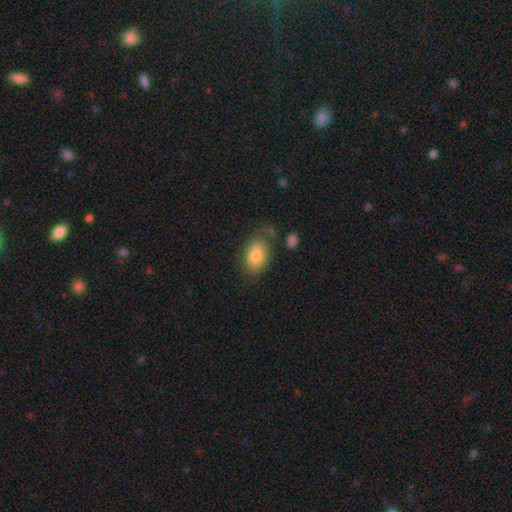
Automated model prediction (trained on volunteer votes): Smooth or featured?
  - smooth: 81% *
  - featured or disk: 12%
  - star or artifact: 7%
How rounded?
  - in between: 83% *
  - round: 16%
  - cigar-shaped: 1%
Merging?
  - none: 65% *
  - minor disturbance: 21%
  - major disturbance: 9%
  - merger: 5%